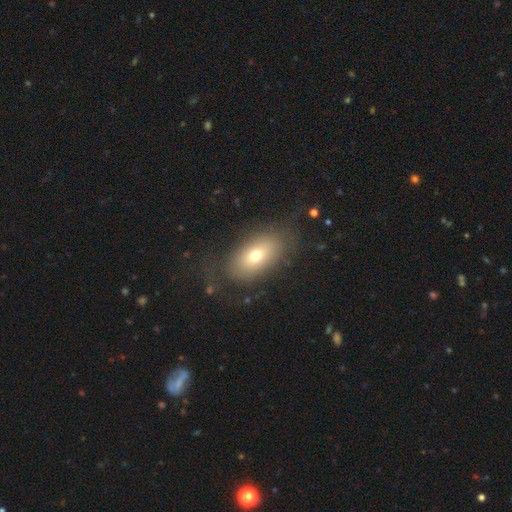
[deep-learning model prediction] This appears to be a smooth galaxy with no disk features (69%) that is in between round and cigar-shaped (88%). Merging: none (74%).